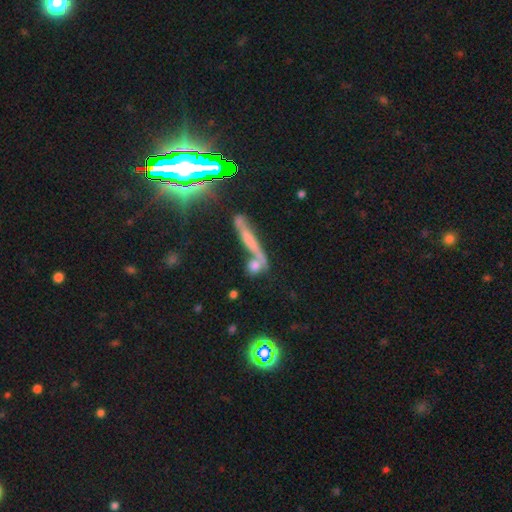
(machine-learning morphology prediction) Smooth or featured? Predicted: featured or disk (p=0.38). Merging? Predicted: none (p=0.43).